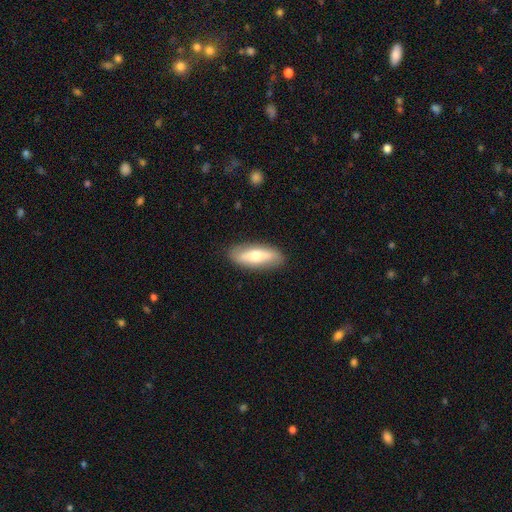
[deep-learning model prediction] Smooth or featured? Predicted: smooth (p=0.55). How rounded? Predicted: in between (p=0.66). Merging? Predicted: none (p=0.86).